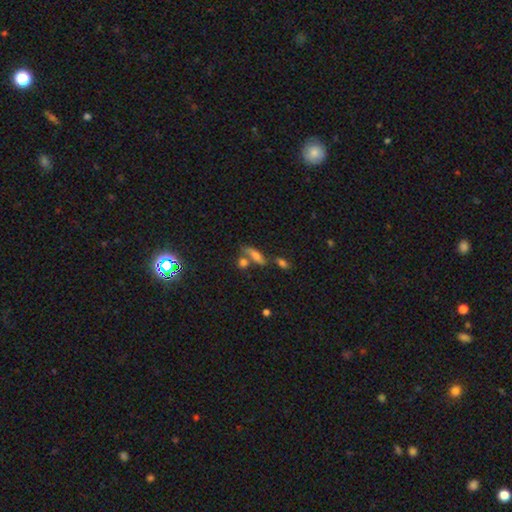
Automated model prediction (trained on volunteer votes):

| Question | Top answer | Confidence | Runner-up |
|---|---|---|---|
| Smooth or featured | smooth | 61% | featured or disk (23%) |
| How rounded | cigar-shaped | 46% | tied: in between (46%) |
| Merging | none | 49% | merger (29%) |